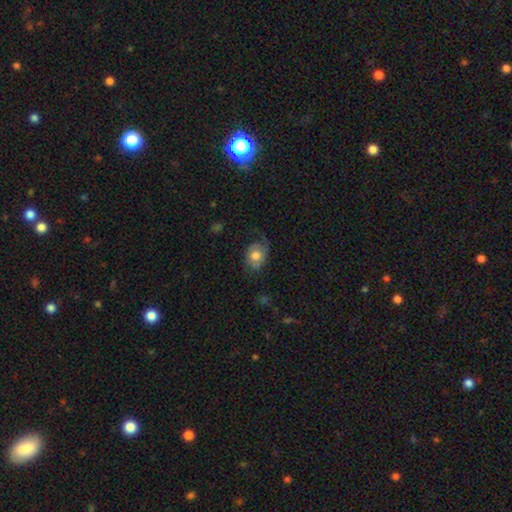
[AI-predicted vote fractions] A smooth galaxy with no disk features (62%) that is in between round and cigar-shaped (63%).

Vote fractions:
- Smooth or featured? smooth: 62% / featured or disk: 30% / star or artifact: 7%
- How rounded? in between: 63% / round: 36% / cigar-shaped: 1%
- Merging? none: 49% / minor disturbance: 28% / major disturbance: 21% / merger: 2%